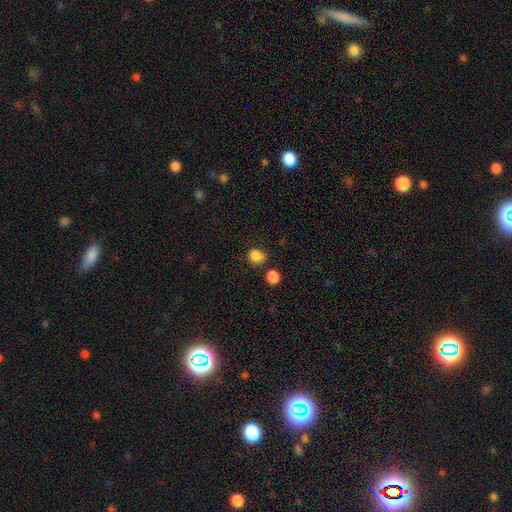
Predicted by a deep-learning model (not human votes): Smooth or featured? smooth (84%)
How rounded? round (65%)
Merging? none (67%)